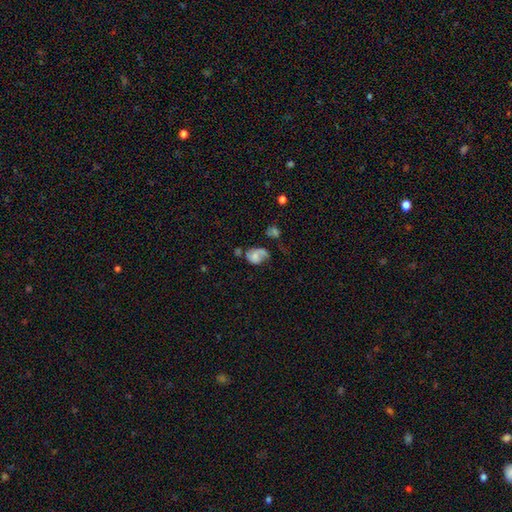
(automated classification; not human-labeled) A smooth galaxy with no disk features (52%) that is in between round and cigar-shaped (72%). Merging: none (30%).